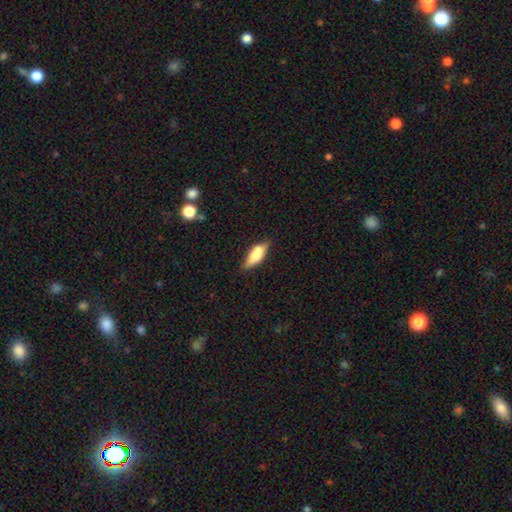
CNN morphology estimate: smooth-or-featured: smooth: 66% | featured or disk: 27% | star or artifact: 7%
  how-rounded: in between: 65% | cigar-shaped: 33% | round: 3%
  merging: none: 70% | minor disturbance: 21% | merger: 5% | major disturbance: 5%